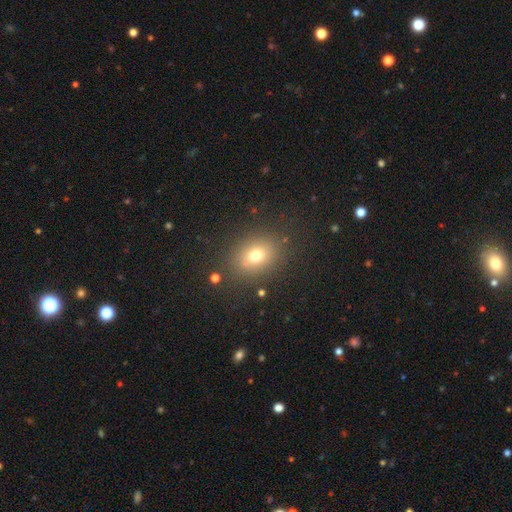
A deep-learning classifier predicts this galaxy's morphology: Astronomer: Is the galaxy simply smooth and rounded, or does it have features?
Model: smooth — 73%.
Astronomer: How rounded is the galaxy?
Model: in between — 53% (runner-up: round, 46%).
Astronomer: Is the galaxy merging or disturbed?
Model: none — 83%.